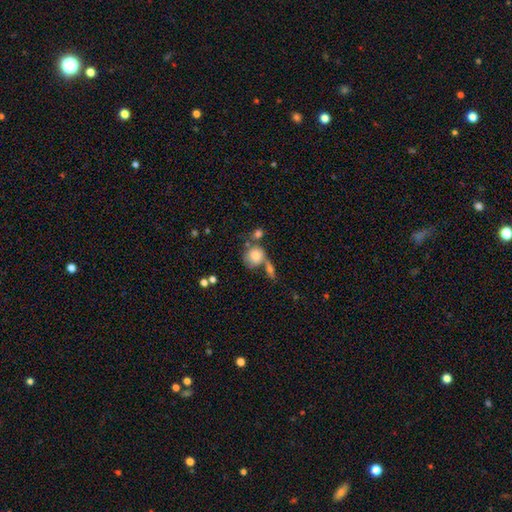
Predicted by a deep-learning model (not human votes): Smooth or featured? Predicted: smooth (p=0.80). How rounded? Predicted: round (p=0.73). Merging? Predicted: none (p=0.40).